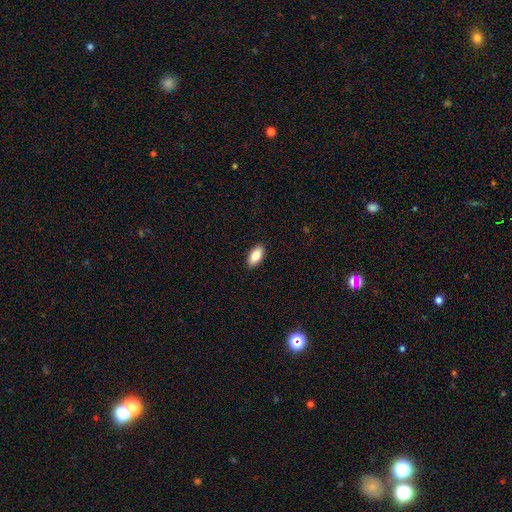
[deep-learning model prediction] Smooth or featured?
  - smooth: 85% *
  - featured or disk: 8%
  - star or artifact: 7%
How rounded?
  - in between: 92% *
  - cigar-shaped: 5%
  - round: 3%
Merging?
  - none: 90% *
  - minor disturbance: 7%
  - major disturbance: 2%
  - merger: 1%